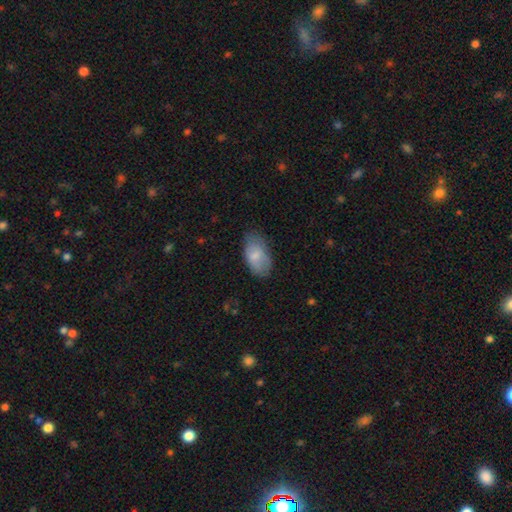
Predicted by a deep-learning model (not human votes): smooth-or-featured: smooth: 76% | featured or disk: 17% | star or artifact: 7%
  how-rounded: in between: 94% | round: 4% | cigar-shaped: 2%
  merging: none: 65% | minor disturbance: 26% | major disturbance: 7% | merger: 1%